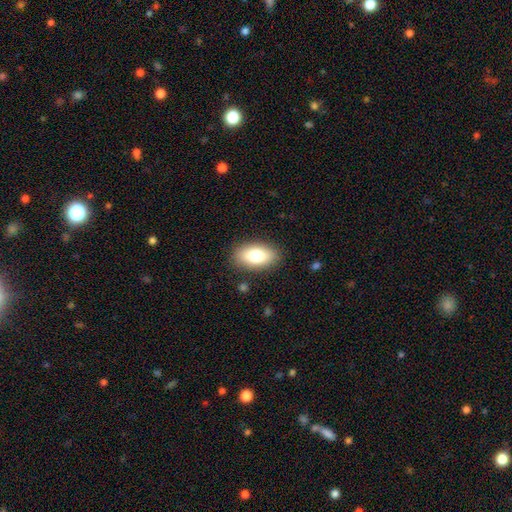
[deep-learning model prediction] smooth 79%, featured or disk 14%, star or artifact 7%. Down the decision tree: how rounded — in between (91%); merging — none (87%).